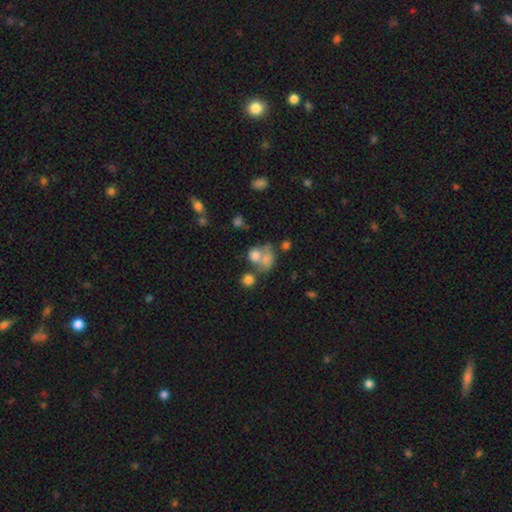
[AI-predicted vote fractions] Smooth or featured? smooth (66%)
How rounded? round (58%)
Merging? merger (47%)